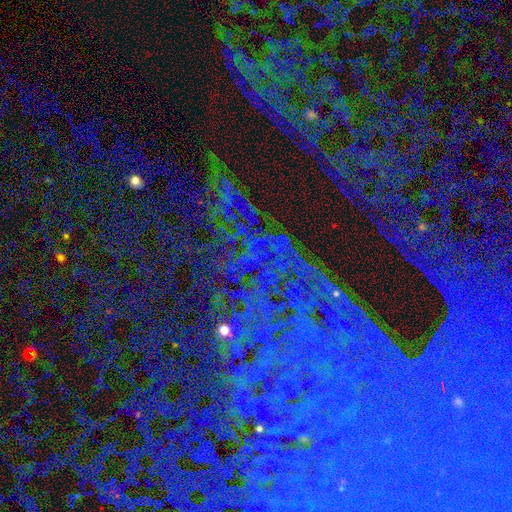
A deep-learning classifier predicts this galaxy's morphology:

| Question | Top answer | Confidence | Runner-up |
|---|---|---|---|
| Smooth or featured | star or artifact | 86% | featured or disk (8%) |